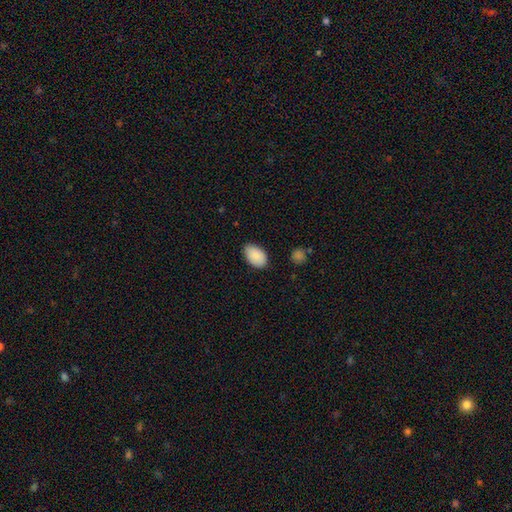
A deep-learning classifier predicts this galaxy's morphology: Overall: smooth (89%). How rounded: in between (92%). Merging: none (81%).